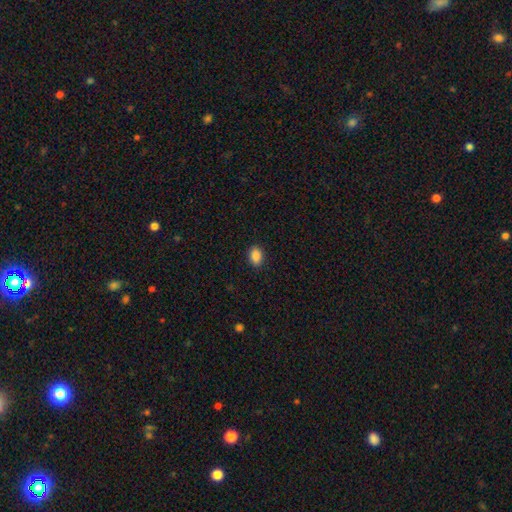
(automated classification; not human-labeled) Overall: smooth (88%). How rounded: in between (80%). Merging: none (90%).